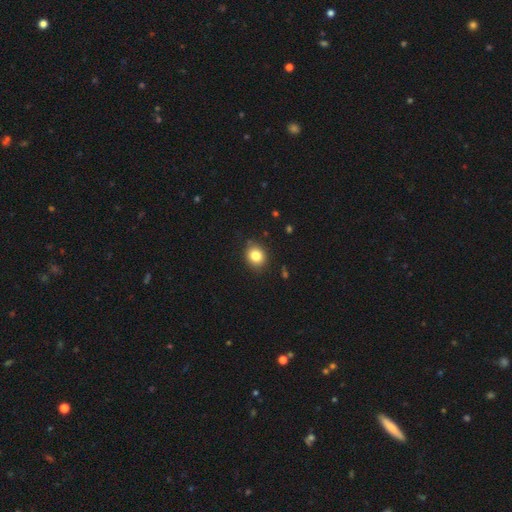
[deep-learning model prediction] A smooth galaxy with no disk features (82%) that is round (73%). Merging: none (87%).